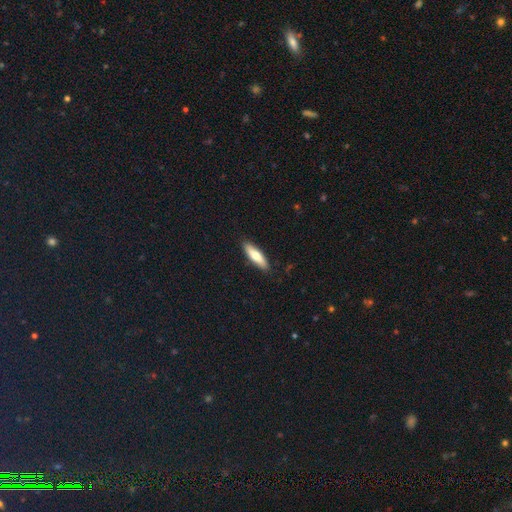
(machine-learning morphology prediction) This appears to be a smooth galaxy with no disk features (70%) that is cigar-shaped (62%). Merging: none (88%).